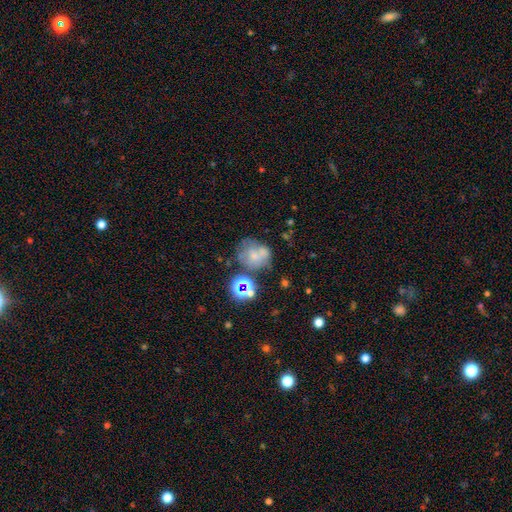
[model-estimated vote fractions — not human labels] A smooth galaxy with no disk features (50%). Merging: none (41%).